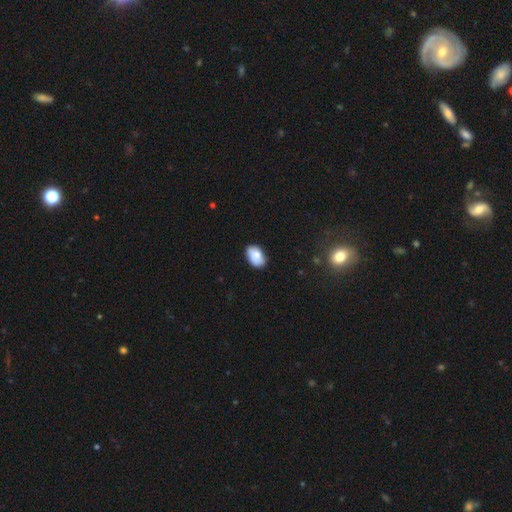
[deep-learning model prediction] Morphology: type=smooth (83%); roundness=in between (90%); merging=none (76%).